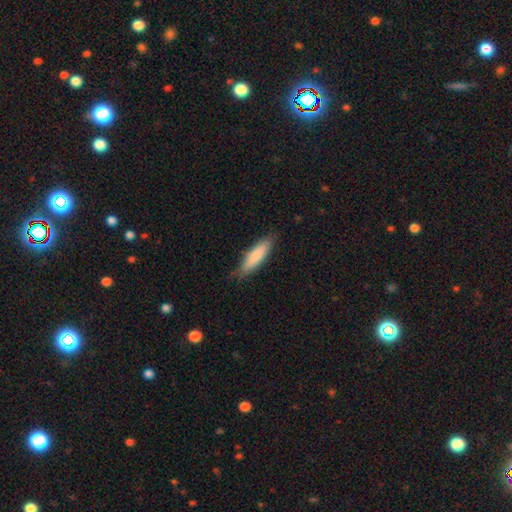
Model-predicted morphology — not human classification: A smooth galaxy with no disk features (83%) that is cigar-shaped (71%).

Vote fractions:
- Smooth or featured? smooth: 83% / featured or disk: 12% / star or artifact: 5%
- How rounded? cigar-shaped: 71% / in between: 28% / round: 1%
- Merging? none: 80% / minor disturbance: 16% / major disturbance: 3% / merger: 1%